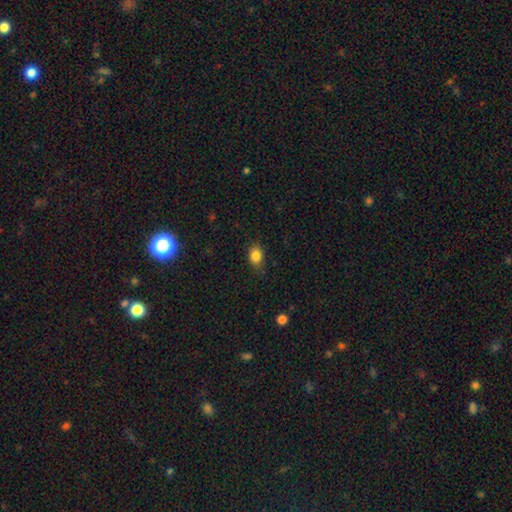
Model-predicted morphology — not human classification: smooth-or-featured: smooth: 84% | star or artifact: 10% | featured or disk: 6%
  how-rounded: in between: 68% | round: 31% | cigar-shaped: 1%
  merging: none: 80% | minor disturbance: 16% | major disturbance: 3% | merger: 1%